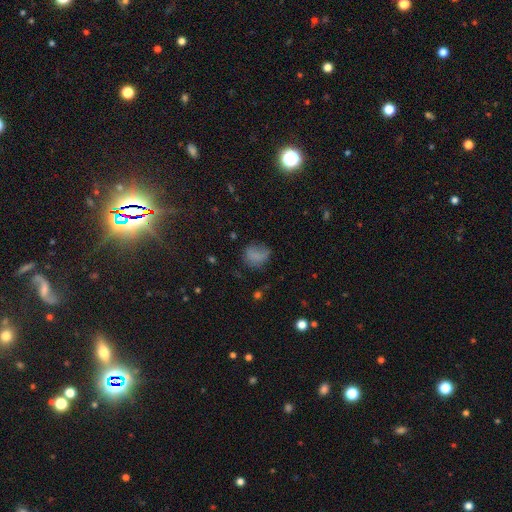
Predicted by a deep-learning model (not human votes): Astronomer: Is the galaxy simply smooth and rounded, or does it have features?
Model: smooth — 75%.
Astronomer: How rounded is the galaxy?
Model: round — 55% (runner-up: in between, 44%).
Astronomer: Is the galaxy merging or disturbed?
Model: none — 54%.